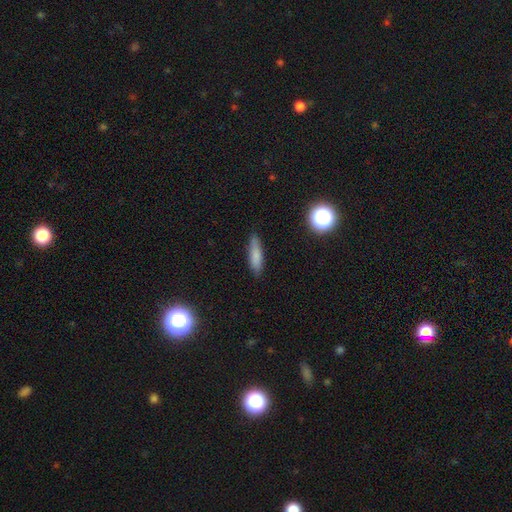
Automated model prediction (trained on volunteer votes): Morphology: type=smooth (81%); roundness=cigar-shaped (65%); merging=none (83%).